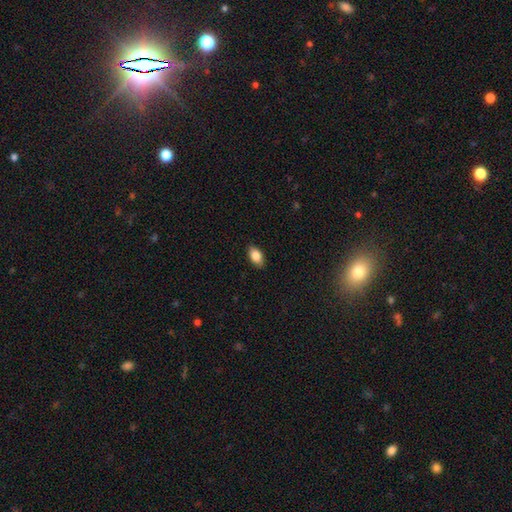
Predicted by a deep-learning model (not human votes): Overall: smooth (84%). How rounded: in between (91%). Merging: none (88%).